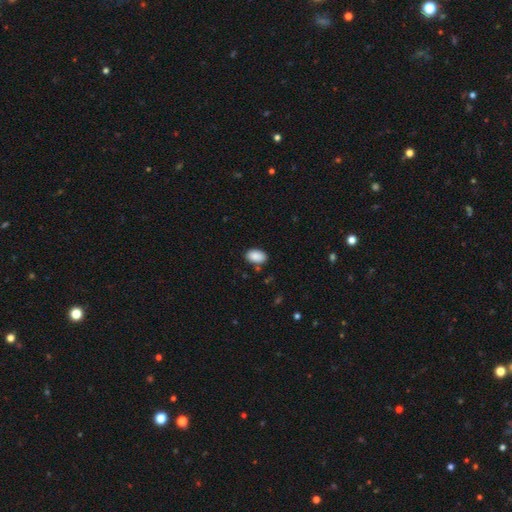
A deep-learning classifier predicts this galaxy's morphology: The model was most divided on "merging": none: 83%, minor disturbance: 11%, merger: 3%, major disturbance: 3%. More confident: how rounded — in between (90%); smooth or featured — smooth (89%).